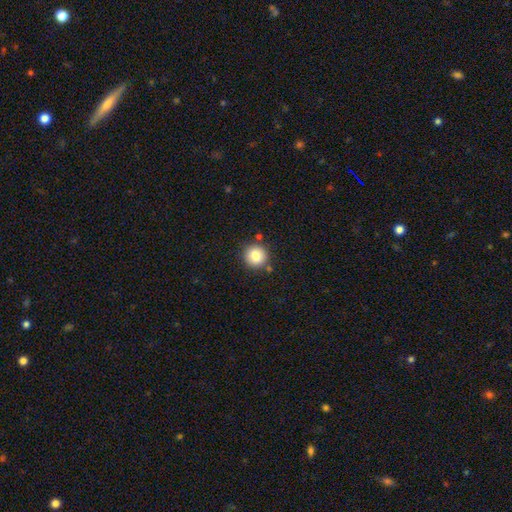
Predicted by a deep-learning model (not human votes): smooth_or_featured: smooth (p=0.84) [alt: star or artifact p=0.10]
how_rounded: round (p=0.94) [alt: in between p=0.05]
merging: none (p=0.84) [alt: minor disturbance p=0.09]